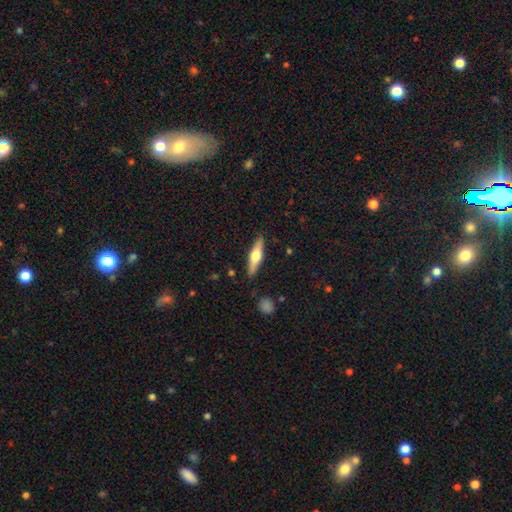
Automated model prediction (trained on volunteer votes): Smooth or featured? featured or disk (52%)
Edge-on disk? yes (94%)
Merging? none (88%)